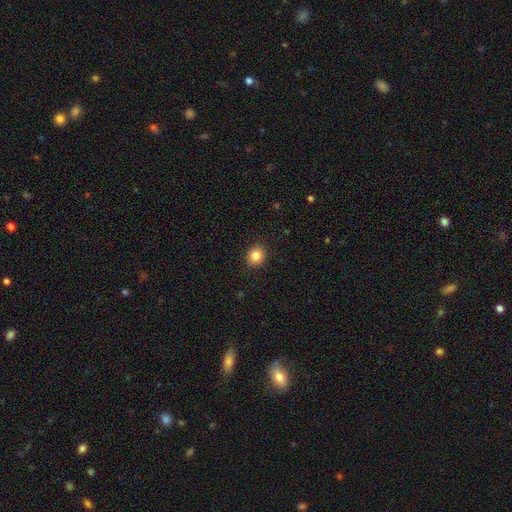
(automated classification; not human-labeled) A smooth galaxy with no disk features (85%) that is round (70%). Merging: none (91%).